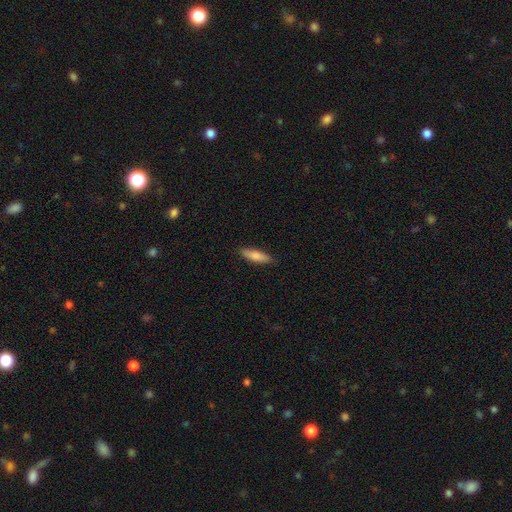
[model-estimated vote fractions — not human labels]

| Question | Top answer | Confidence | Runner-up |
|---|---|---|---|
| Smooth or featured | smooth | 79% | featured or disk (16%) |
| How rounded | cigar-shaped | 60% | in between (38%) |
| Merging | none | 88% | minor disturbance (9%) |